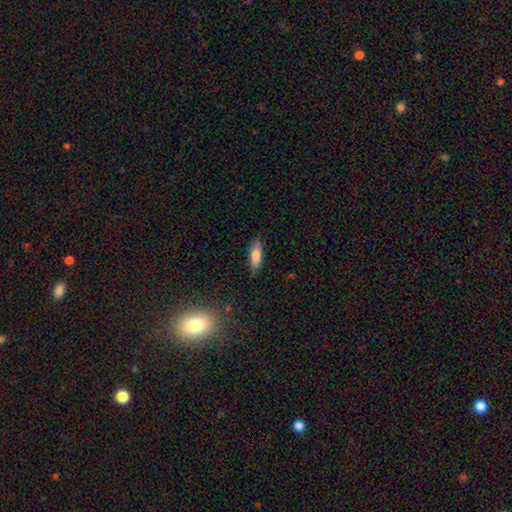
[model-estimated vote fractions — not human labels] This appears to be a smooth galaxy with no disk features (80%) that is in between round and cigar-shaped (58%). Merging: none (81%).